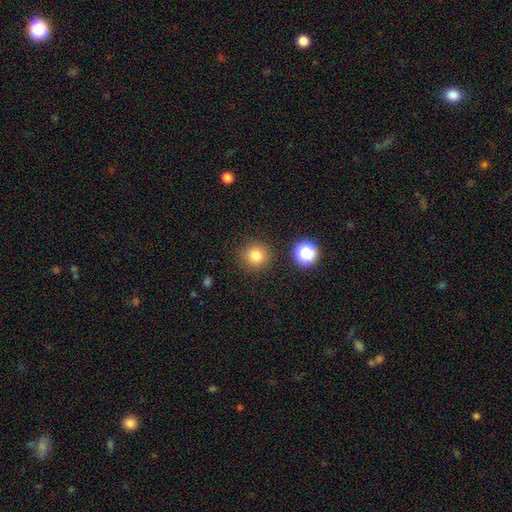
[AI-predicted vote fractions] Smooth or featured: smooth — 80% (star or artifact — 14%)
How rounded: round — 93% (in between — 6%)
Merging: none — 88% (minor disturbance — 7%)